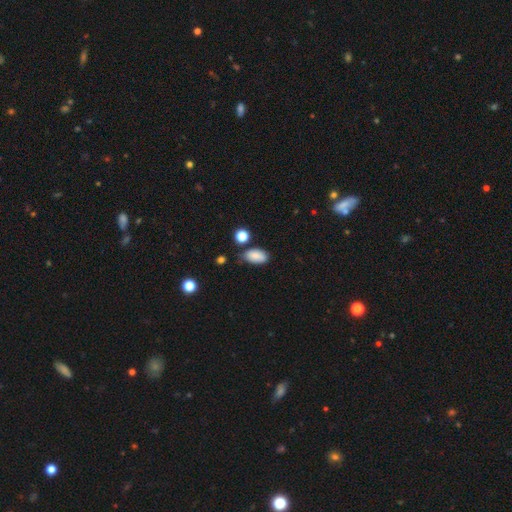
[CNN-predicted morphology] Q: Smooth or featured?
A: smooth (86%); runner-up: star or artifact (8%)
Q: How rounded?
A: in between (92%); runner-up: round (5%)
Q: Merging?
A: none (67%); runner-up: minor disturbance (23%)